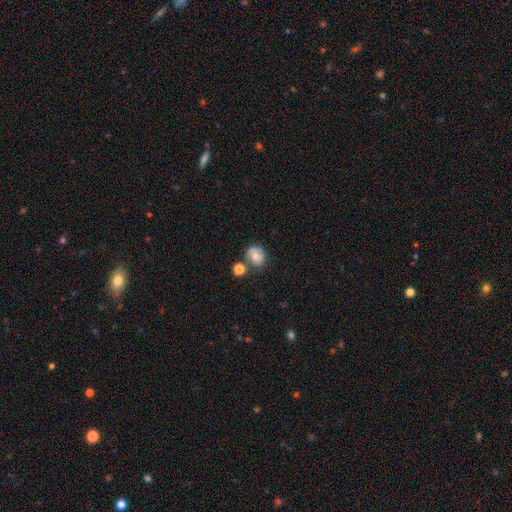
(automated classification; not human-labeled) smooth-or-featured: smooth: 66% | featured or disk: 24% | star or artifact: 11%
  how-rounded: round: 72% | in between: 27% | cigar-shaped: 1%
  merging: none: 56% | minor disturbance: 19% | merger: 19% | major disturbance: 6%